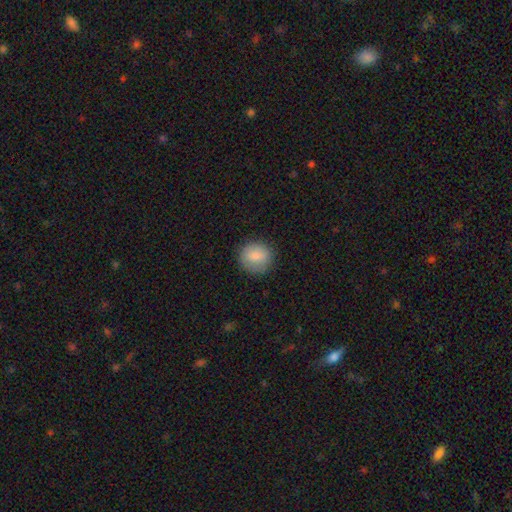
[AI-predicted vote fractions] Q: Smooth or featured?
A: smooth (83%); runner-up: featured or disk (9%)
Q: How rounded?
A: round (85%); runner-up: in between (13%)
Q: Merging?
A: none (84%); runner-up: minor disturbance (11%)